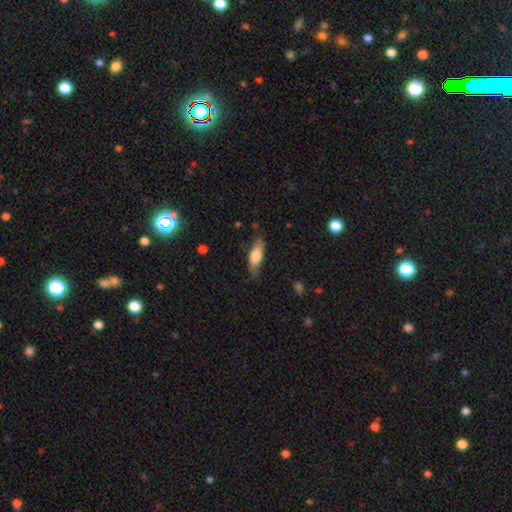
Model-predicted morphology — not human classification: A smooth galaxy with no disk features (68%) that is in between round and cigar-shaped (54%).

Vote fractions:
- Smooth or featured? smooth: 68% / featured or disk: 26% / star or artifact: 6%
- How rounded? in between: 54% / cigar-shaped: 44% / round: 2%
- Merging? none: 75% / minor disturbance: 20% / major disturbance: 4% / merger: 2%